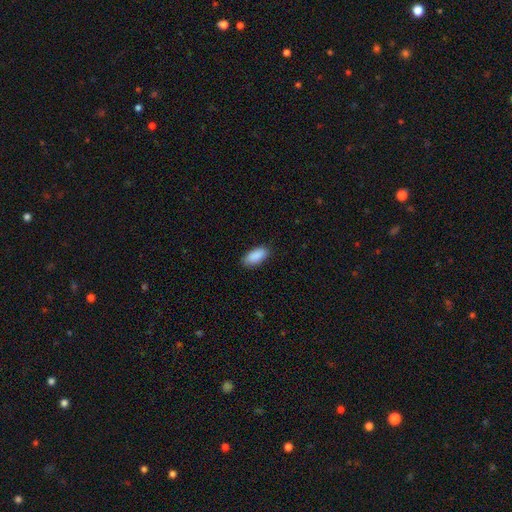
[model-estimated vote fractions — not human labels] A smooth galaxy with no disk features (91%) that is in between round and cigar-shaped (91%).

Vote fractions:
- Smooth or featured? smooth: 91% / star or artifact: 6% / featured or disk: 3%
- How rounded? in between: 91% / cigar-shaped: 7% / round: 2%
- Merging? none: 87% / minor disturbance: 10% / major disturbance: 2% / merger: 1%